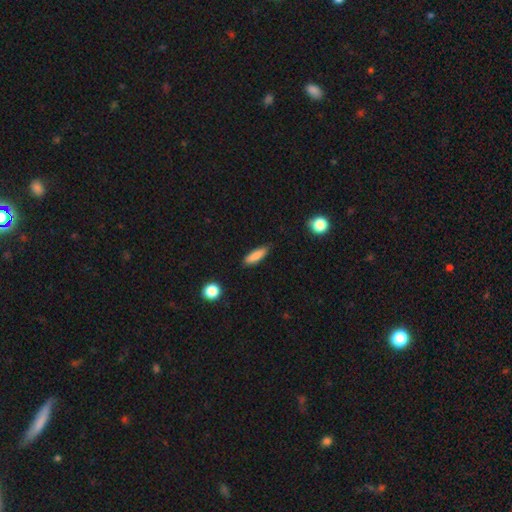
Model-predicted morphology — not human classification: The model was most divided on "how rounded": cigar-shaped: 57%, in between: 41%, round: 2%. More confident: smooth or featured — smooth (84%); merging — none (84%).